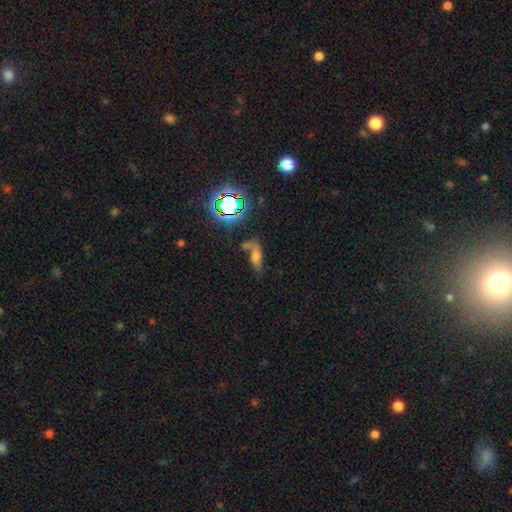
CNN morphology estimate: A smooth galaxy with no disk features (45%).

Vote fractions:
- Smooth or featured? smooth: 45% / star or artifact: 30% / featured or disk: 25%
- Merging? none: 39% / merger: 26% / minor disturbance: 18% / major disturbance: 16%